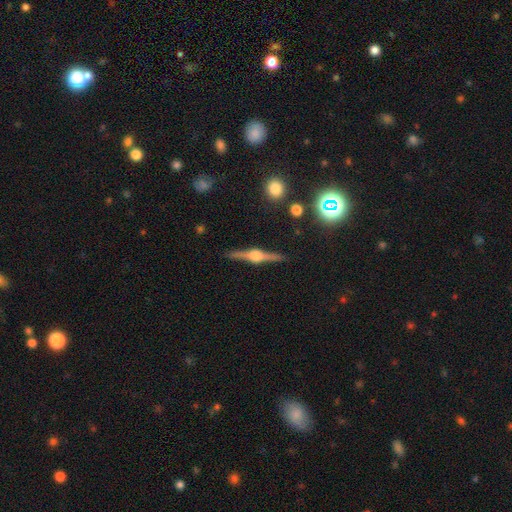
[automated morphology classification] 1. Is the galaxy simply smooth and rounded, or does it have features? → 86% featured or disk, 8% smooth, 6% star or artifact.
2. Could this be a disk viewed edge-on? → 98% yes, 2% no.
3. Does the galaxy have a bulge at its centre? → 90% rounded, 8% boxy, 2% none.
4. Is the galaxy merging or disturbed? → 90% none, 7% minor disturbance, 2% major disturbance, 1% merger.